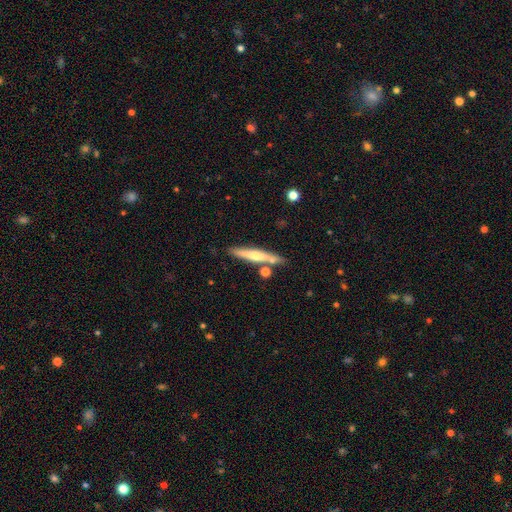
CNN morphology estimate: A smooth galaxy with no disk features (47%, tied with featured or disk). Merging: none (79%).